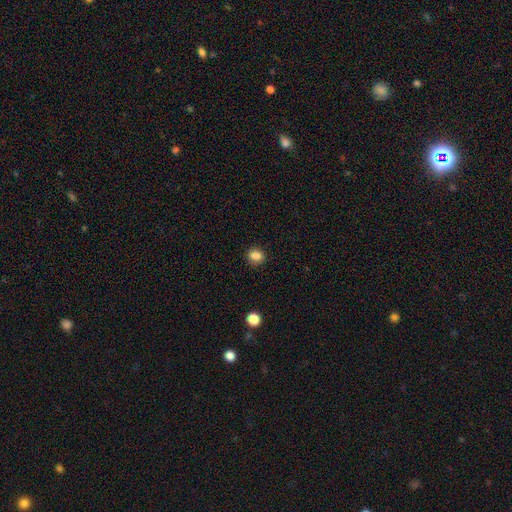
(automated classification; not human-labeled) smooth-or-featured: smooth: 85% | star or artifact: 11% | featured or disk: 5%
  how-rounded: round: 66% | in between: 33% | cigar-shaped: 1%
  merging: none: 89% | minor disturbance: 7% | major disturbance: 2% | merger: 1%